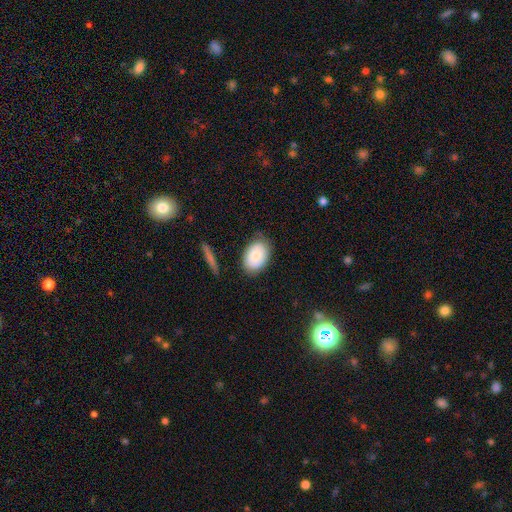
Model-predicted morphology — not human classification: Smooth or featured? smooth (76%)
How rounded? in between (82%)
Merging? none (75%)